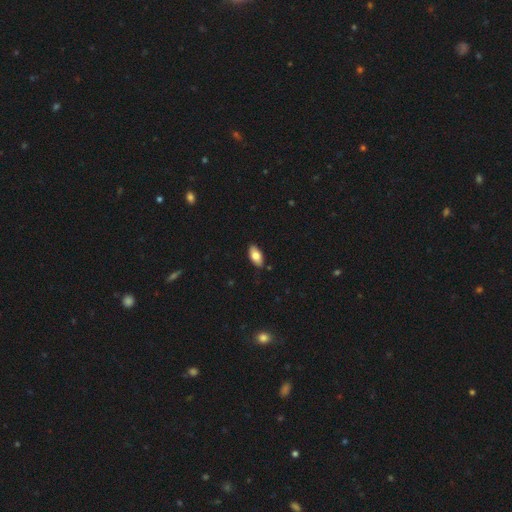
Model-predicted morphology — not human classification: Smooth or featured?
  - smooth: 80% *
  - featured or disk: 14%
  - star or artifact: 7%
How rounded?
  - in between: 92% *
  - cigar-shaped: 5%
  - round: 3%
Merging?
  - none: 87% *
  - minor disturbance: 10%
  - major disturbance: 2%
  - merger: 1%